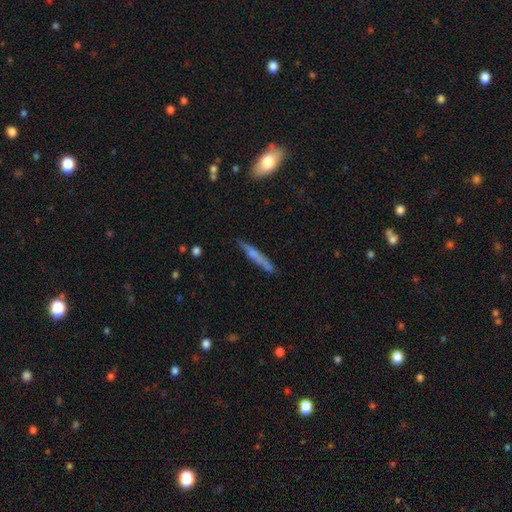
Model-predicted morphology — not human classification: Smooth or featured?
  - smooth: 50% *
  - featured or disk: 42%
  - star or artifact: 7%
How rounded?
  - cigar-shaped: 93% *
  - in between: 5%
  - round: 2%
Merging?
  - none: 79% *
  - minor disturbance: 15%
  - major disturbance: 3%
  - merger: 3%